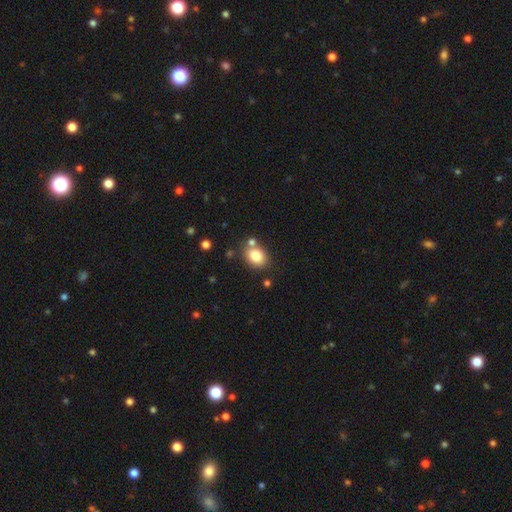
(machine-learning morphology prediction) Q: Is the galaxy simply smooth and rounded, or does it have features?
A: smooth — 82%.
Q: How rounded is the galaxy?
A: in between — 54%.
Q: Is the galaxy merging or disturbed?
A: none — 69%.